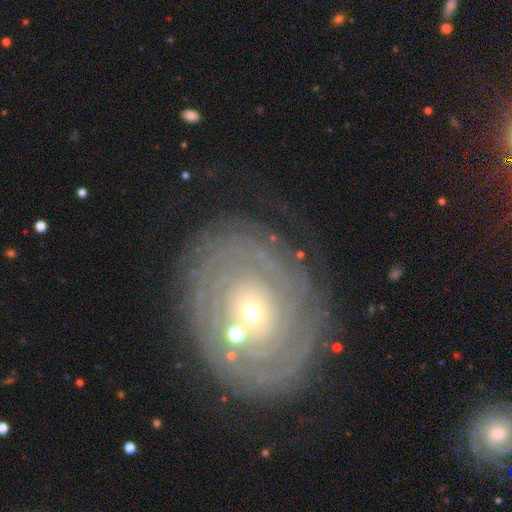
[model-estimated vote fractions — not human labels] This is clearly a featured or disk galaxy (82%). It is clearly not viewed edge-on (96%). Bar: clearly no (83%). Spiral arm pattern: clearly yes (88%). Spiral arm count: marginally can't tell (41%). Spiral winding: clearly tight (86%). Central bulge: likely small (67%). Merging: likely none (78%).